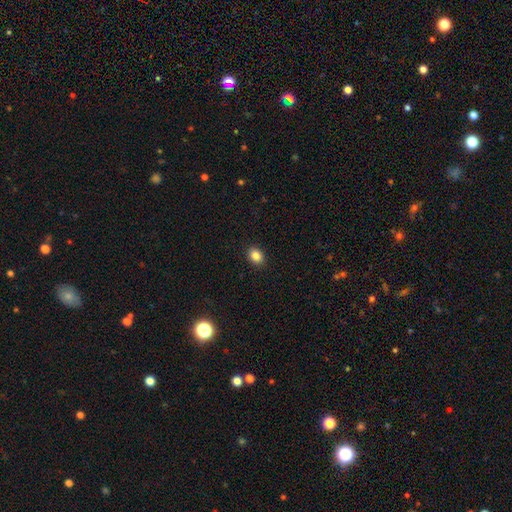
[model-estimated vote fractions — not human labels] Q: Smooth or featured?
A: smooth (86%); runner-up: star or artifact (10%)
Q: How rounded?
A: in between (56%); runner-up: round (43%)
Q: Merging?
A: none (91%); runner-up: minor disturbance (6%)